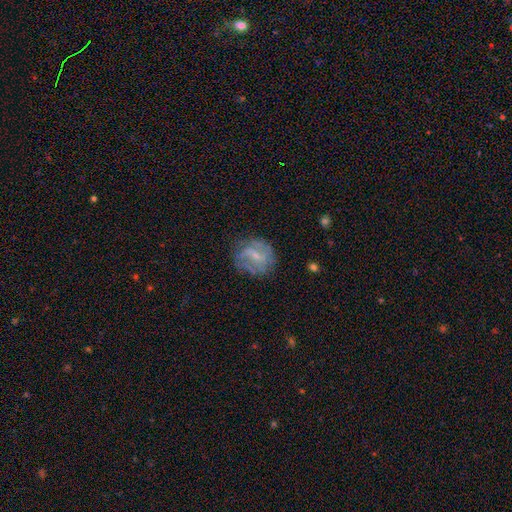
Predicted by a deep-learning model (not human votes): This appears to be a featured or disk galaxy (64%) with a weak bar (52%), spiral arms (70%) and a small central bulge (64%). Merging: none (65%).